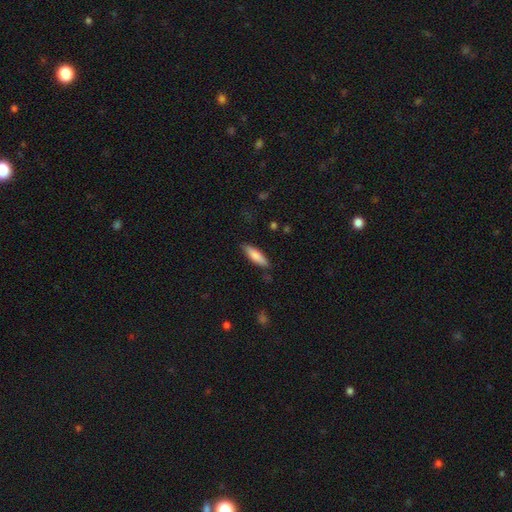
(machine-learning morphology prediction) Q: Smooth or featured?
A: smooth (79%); runner-up: featured or disk (15%)
Q: How rounded?
A: cigar-shaped (60%); runner-up: in between (38%)
Q: Merging?
A: none (83%); runner-up: minor disturbance (13%)